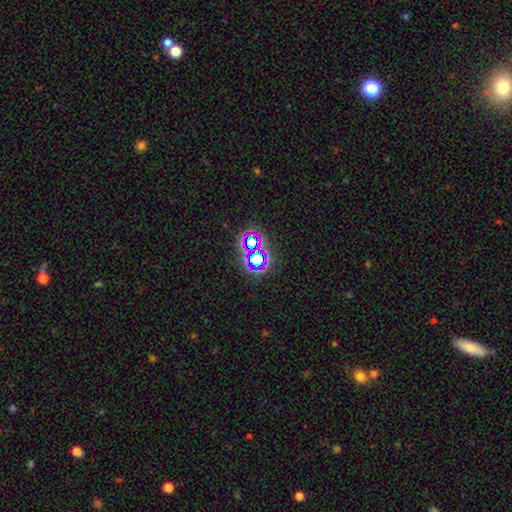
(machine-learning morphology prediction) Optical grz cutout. It shows a star or artifact, not a galaxy (66%).